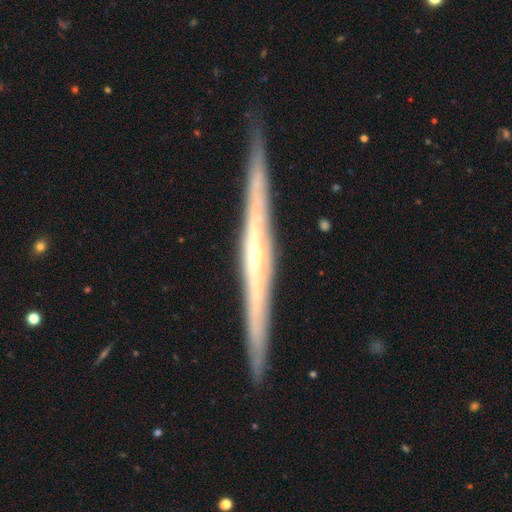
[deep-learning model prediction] The model was most divided on "edge-on bulge": rounded: 49%, none: 41%, boxy: 10%. More confident: edge-on disk — yes (97%); merging — none (90%); smooth or featured — featured or disk (84%).